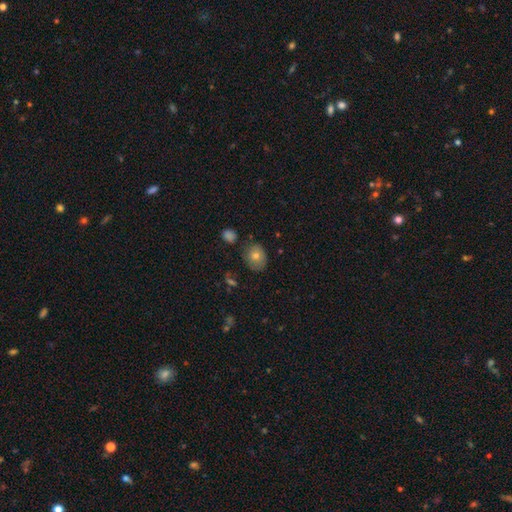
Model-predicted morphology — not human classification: Smooth or featured? Predicted: smooth (p=0.74). How rounded? Predicted: in between (p=0.50). Merging? Predicted: none (p=0.77).